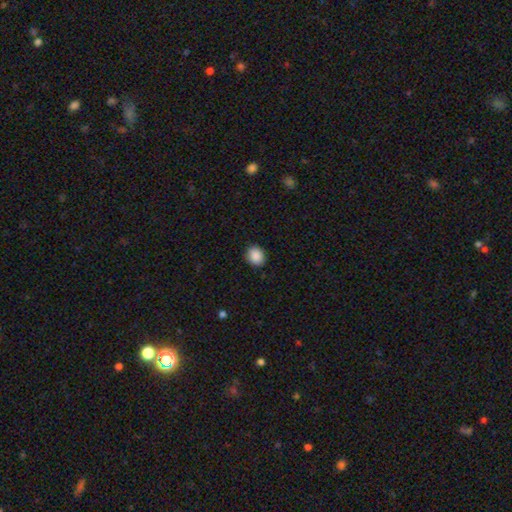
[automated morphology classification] A smooth galaxy with no disk features (89%) that is round (68%). Merging: none (89%).